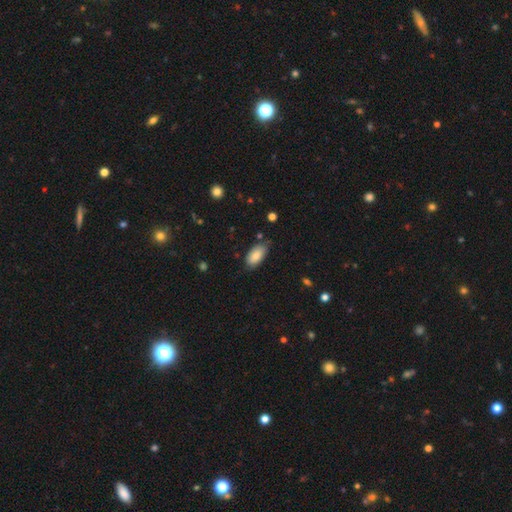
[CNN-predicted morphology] smooth-or-featured: smooth: 86% | featured or disk: 7% | star or artifact: 7%
  how-rounded: in between: 93% | cigar-shaped: 5% | round: 2%
  merging: none: 70% | minor disturbance: 24% | major disturbance: 4% | merger: 2%